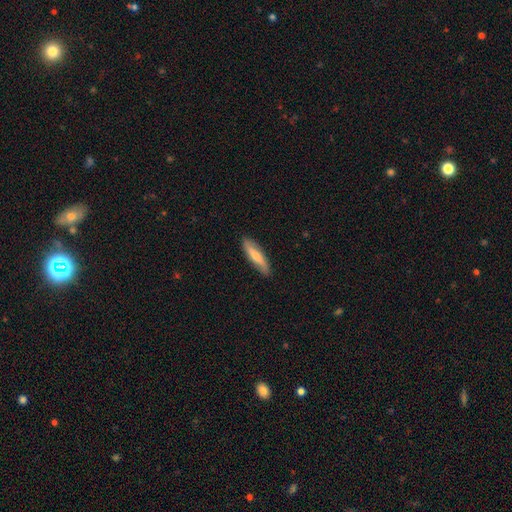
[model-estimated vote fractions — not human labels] smooth 59%, featured or disk 36%, star or artifact 5%. Down the decision tree: how rounded — cigar-shaped (71%); merging — none (86%).